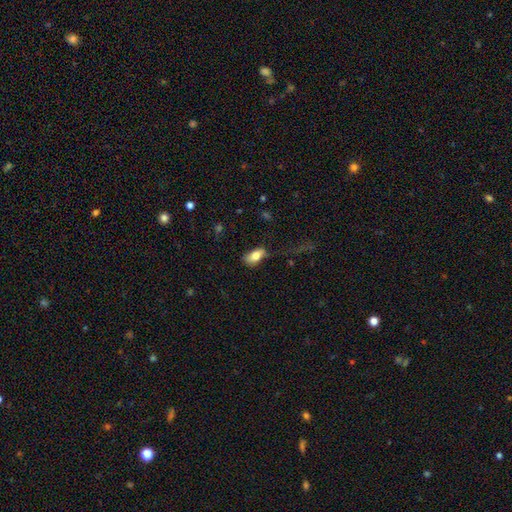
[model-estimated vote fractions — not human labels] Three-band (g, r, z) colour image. It shows a smooth galaxy with no disk features (80%) that is in between round and cigar-shaped (90%). Merging: none (51%).